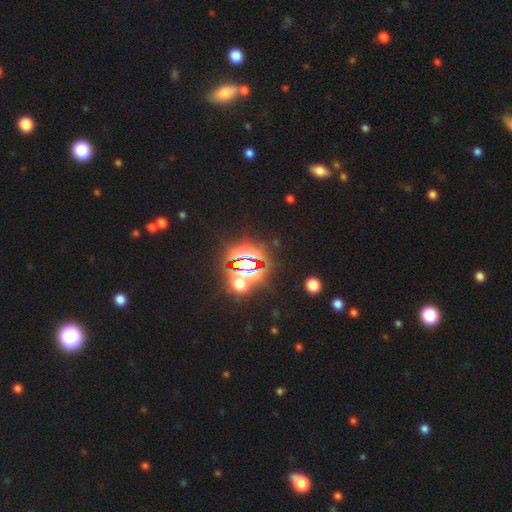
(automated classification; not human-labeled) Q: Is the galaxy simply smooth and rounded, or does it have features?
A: star or artifact — 82%.